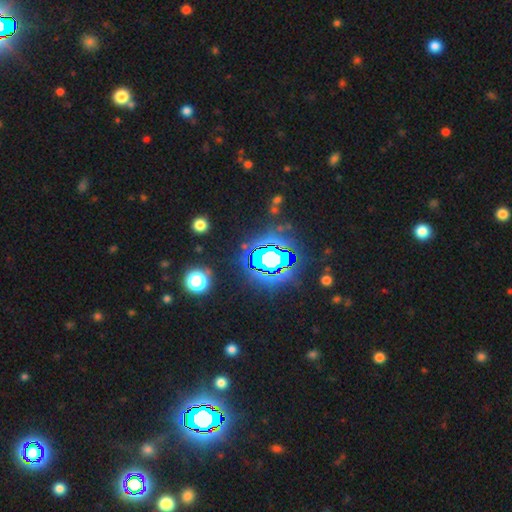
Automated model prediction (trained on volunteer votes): Smooth or featured: star or artifact — 83% (smooth — 10%)